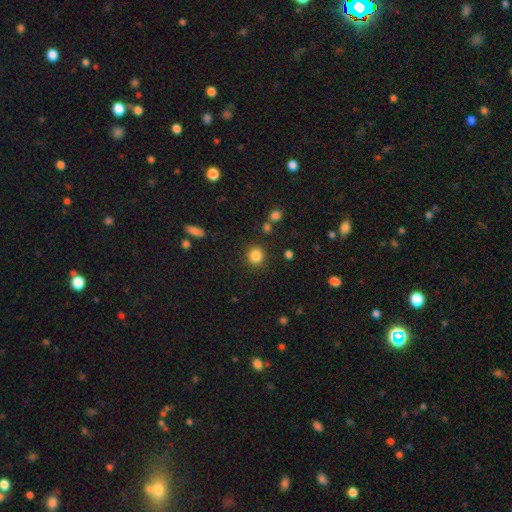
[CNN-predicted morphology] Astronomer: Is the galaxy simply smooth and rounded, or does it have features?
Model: smooth — 84%.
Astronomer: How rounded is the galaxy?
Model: round — 88%.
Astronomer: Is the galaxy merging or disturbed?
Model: none — 87%.